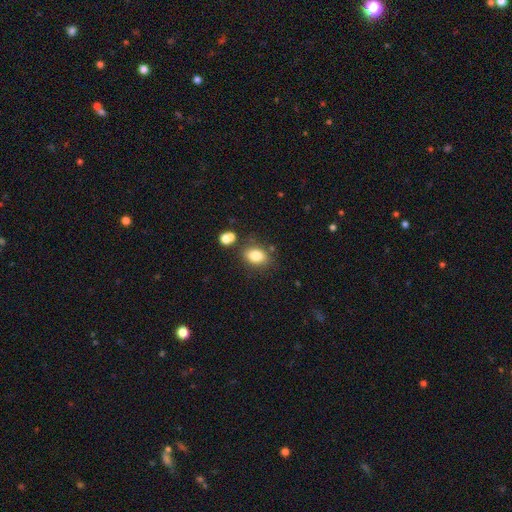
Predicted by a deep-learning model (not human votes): smooth_or_featured: smooth (p=0.82) [alt: star or artifact p=0.10]
how_rounded: in between (p=0.73) [alt: round p=0.26]
merging: none (p=0.74) [alt: minor disturbance p=0.14]